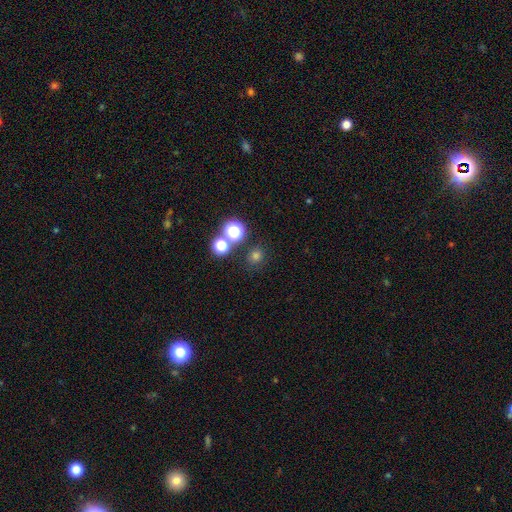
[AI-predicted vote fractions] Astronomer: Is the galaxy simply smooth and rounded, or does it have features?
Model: smooth — 70%.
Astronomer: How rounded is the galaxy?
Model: round — 82%.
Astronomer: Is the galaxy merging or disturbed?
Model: none — 78%.